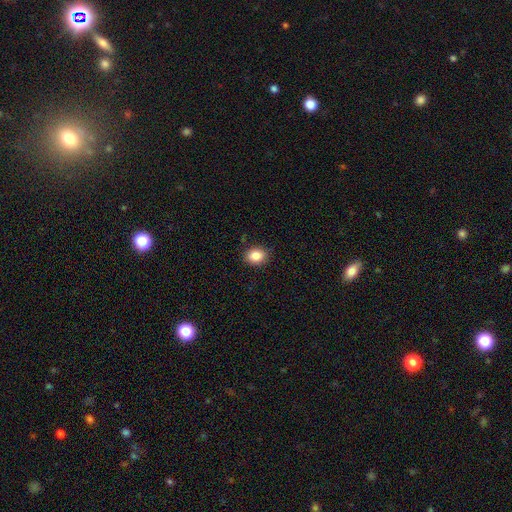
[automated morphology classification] smooth-or-featured: smooth: 86% | star or artifact: 9% | featured or disk: 5%
  how-rounded: in between: 60% | round: 39% | cigar-shaped: 1%
  merging: none: 86% | minor disturbance: 11% | major disturbance: 2% | merger: 1%